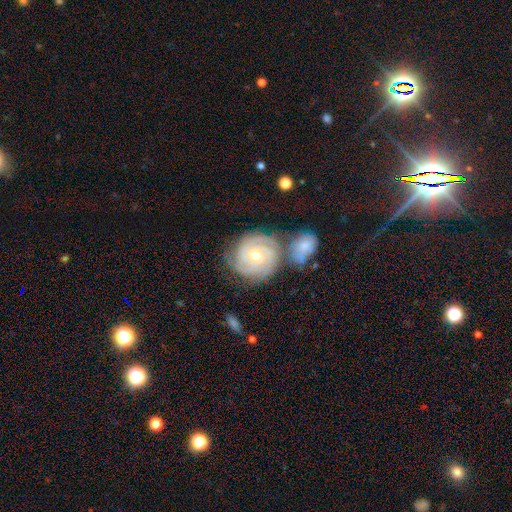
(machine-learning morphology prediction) Smooth or featured? featured or disk (82%)
Edge-on disk? no (98%)
Bar? no (71%)
Spiral arms? yes (95%)
Spiral winding? tight (79%)
Spiral arm count? 3 (29%)
Bulge size? moderate (64%)
Merging? none (57%)